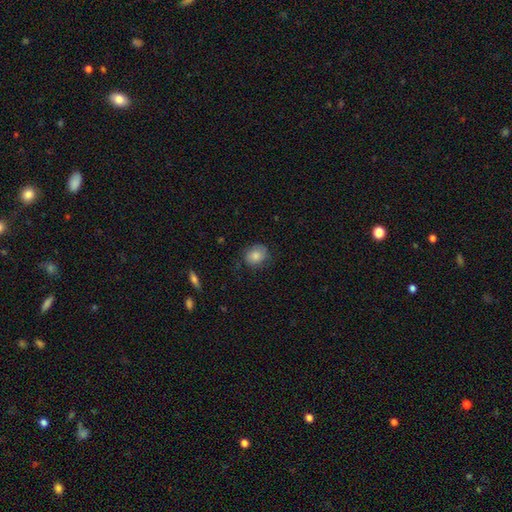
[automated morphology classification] A smooth galaxy with no disk features (83%) that is round (60%). Merging: none (72%).